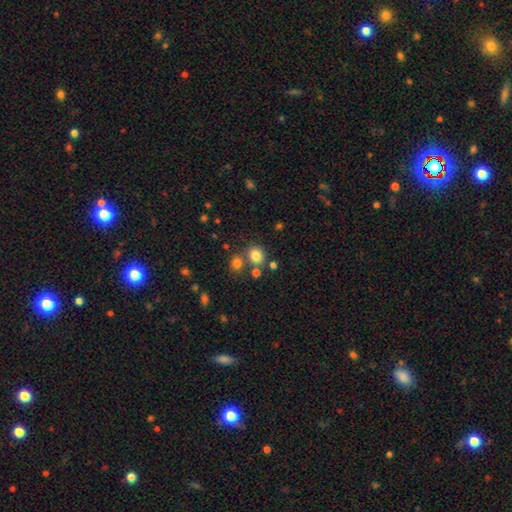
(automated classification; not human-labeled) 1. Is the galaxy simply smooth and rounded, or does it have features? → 80% smooth, 13% star or artifact, 7% featured or disk.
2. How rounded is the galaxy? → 79% round, 20% in between, 1% cigar-shaped.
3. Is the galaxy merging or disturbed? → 69% none, 17% merger, 10% minor disturbance, 4% major disturbance.